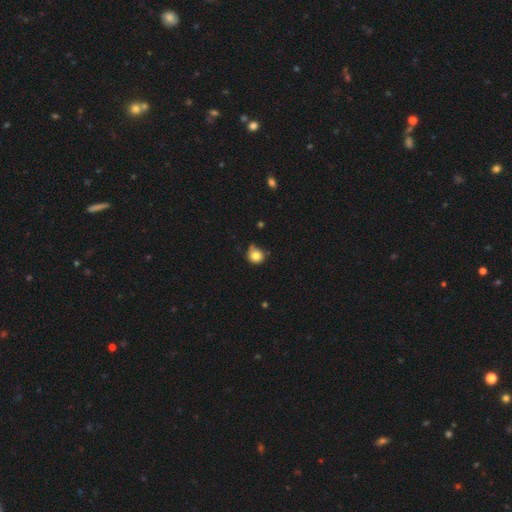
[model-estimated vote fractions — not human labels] This appears to be a smooth galaxy with no disk features (81%) that is round (85%). Merging: none (57%).